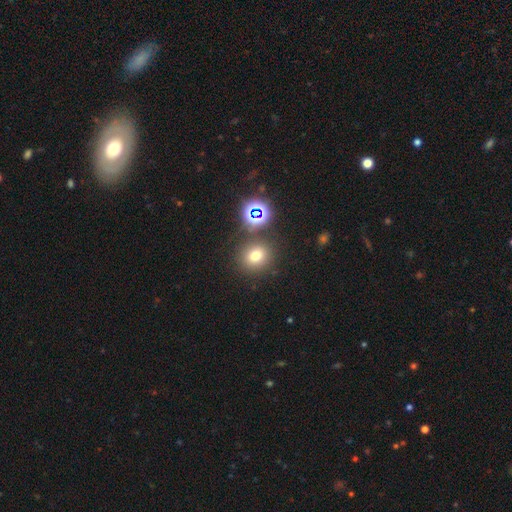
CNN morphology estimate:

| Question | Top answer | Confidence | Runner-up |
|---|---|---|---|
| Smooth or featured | smooth | 69% | star or artifact (22%) |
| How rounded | round | 83% | in between (16%) |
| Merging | none | 81% | minor disturbance (8%) |